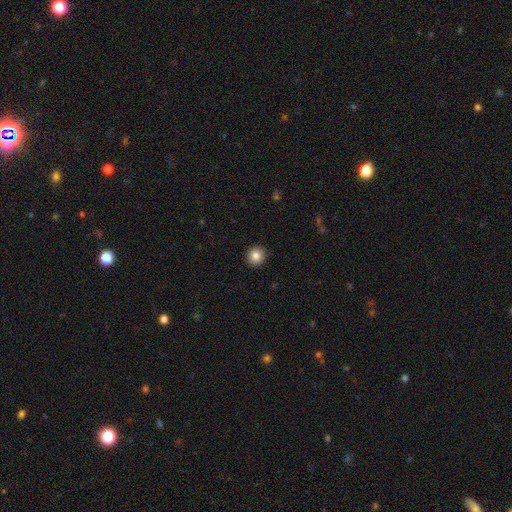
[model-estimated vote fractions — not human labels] Smooth or featured? smooth (84%)
How rounded? round (91%)
Merging? none (92%)